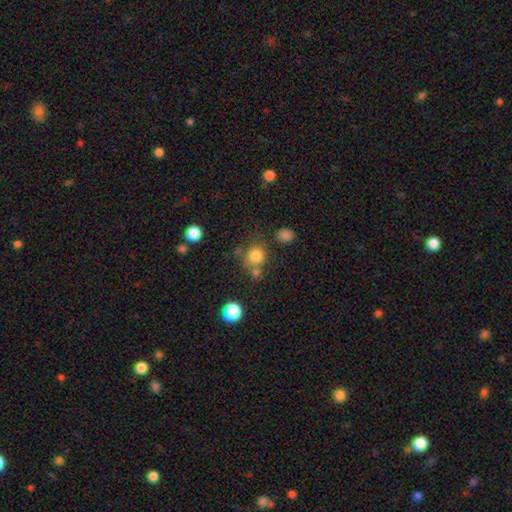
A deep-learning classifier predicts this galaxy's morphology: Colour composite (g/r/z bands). It shows a smooth galaxy with no disk features (79%) that is round (85%). Merging: none (62%).